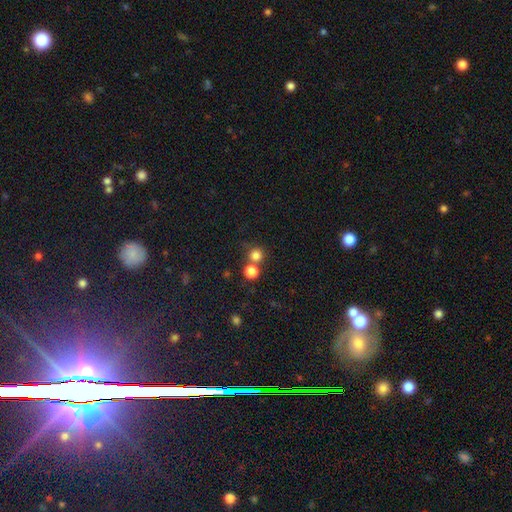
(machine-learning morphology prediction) Smooth or featured? smooth (80%)
How rounded? round (92%)
Merging? none (59%)